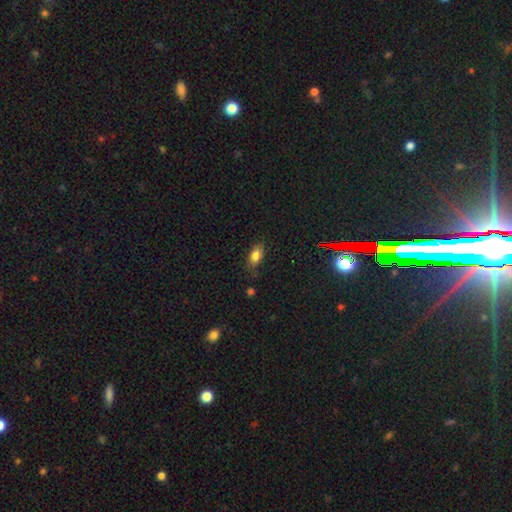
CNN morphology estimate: type=smooth (81%); roundness=in between (86%); merging=none (78%).